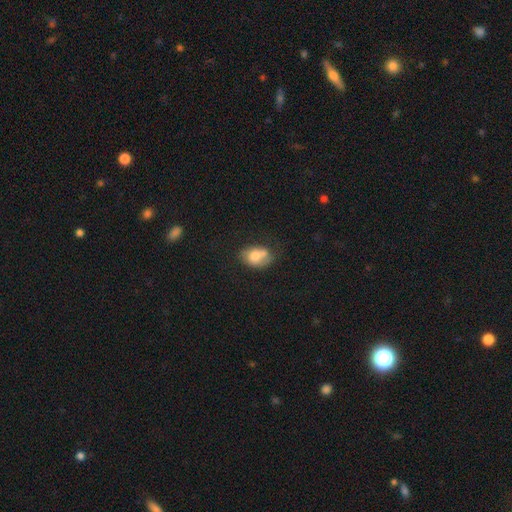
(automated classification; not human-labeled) Smooth or featured? smooth (67%)
How rounded? in between (74%)
Merging? none (43%)